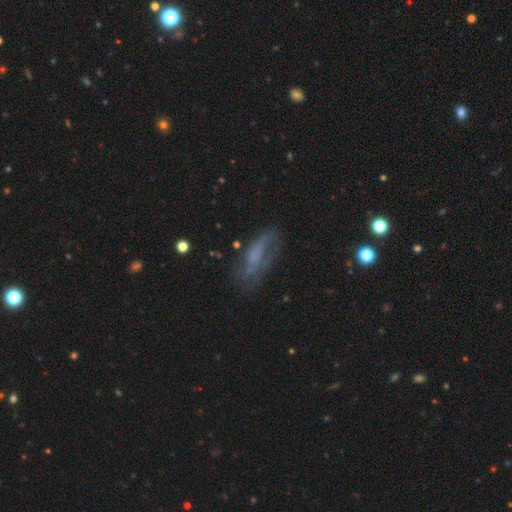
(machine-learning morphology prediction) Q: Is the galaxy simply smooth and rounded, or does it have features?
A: featured or disk — 46%.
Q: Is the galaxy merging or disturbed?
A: none — 55%.